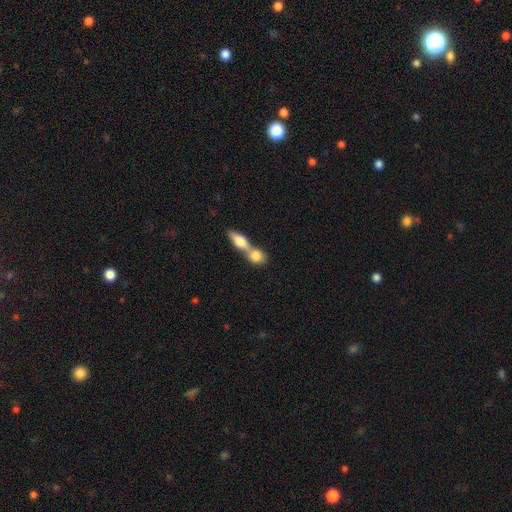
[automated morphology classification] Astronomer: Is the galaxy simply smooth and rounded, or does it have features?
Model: smooth — 77%.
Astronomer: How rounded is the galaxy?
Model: in between — 54% (runner-up: round, 35%).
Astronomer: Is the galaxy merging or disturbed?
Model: merger — 73%.